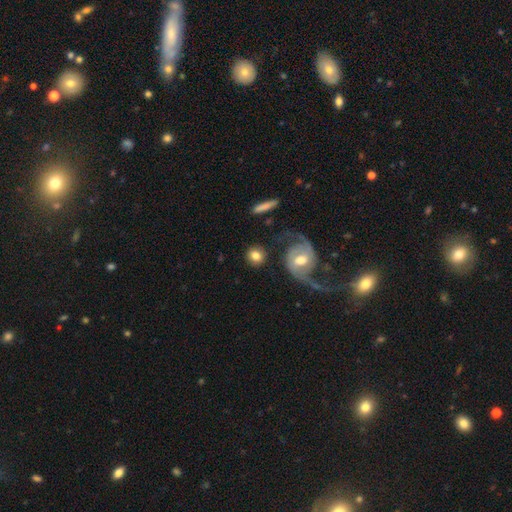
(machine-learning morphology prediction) The model was most divided on "smooth or featured": smooth: 75%, featured or disk: 18%, star or artifact: 6%. More confident: how rounded — round (87%); merging — none (80%).